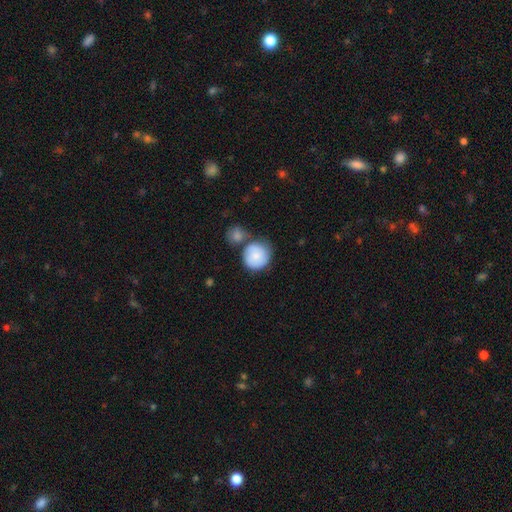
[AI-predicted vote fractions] Q: Smooth or featured?
A: smooth (82%); runner-up: featured or disk (12%)
Q: How rounded?
A: round (90%); runner-up: in between (9%)
Q: Merging?
A: none (47%); runner-up: merger (32%)